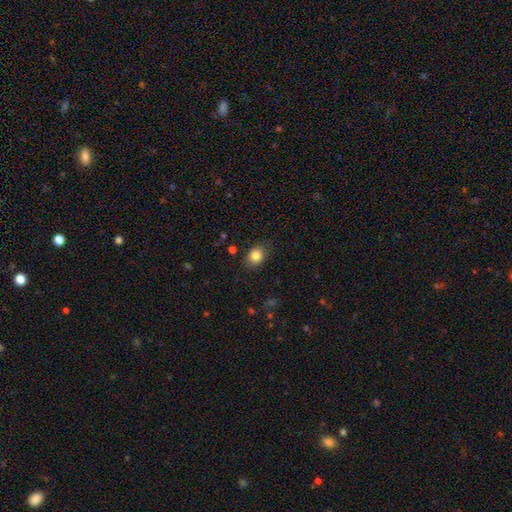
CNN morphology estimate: Smooth or featured?
  - smooth: 83% *
  - star or artifact: 9%
  - featured or disk: 7%
How rounded?
  - in between: 58% *
  - round: 41%
  - cigar-shaped: 1%
Merging?
  - none: 83% *
  - minor disturbance: 13%
  - major disturbance: 3%
  - merger: 1%